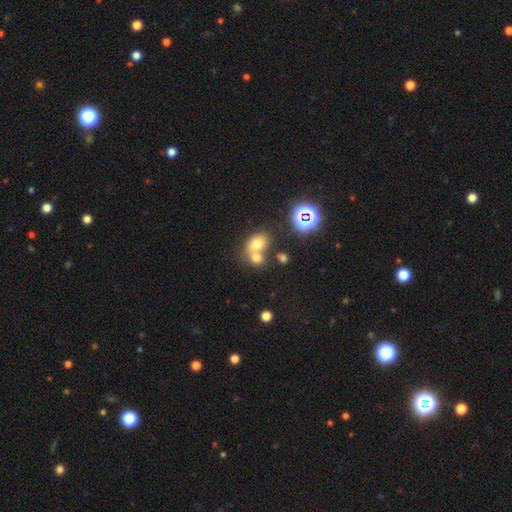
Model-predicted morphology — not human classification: This is possibly a smooth galaxy (50%). How rounded: likely round (63%). Merging: marginally merger (45%).